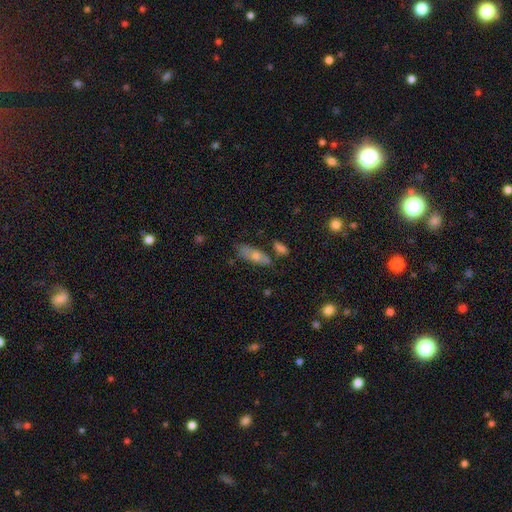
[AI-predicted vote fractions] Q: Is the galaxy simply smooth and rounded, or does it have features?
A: smooth — 64%.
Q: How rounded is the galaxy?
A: in between — 65%.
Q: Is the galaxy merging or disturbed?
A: none — 61%.